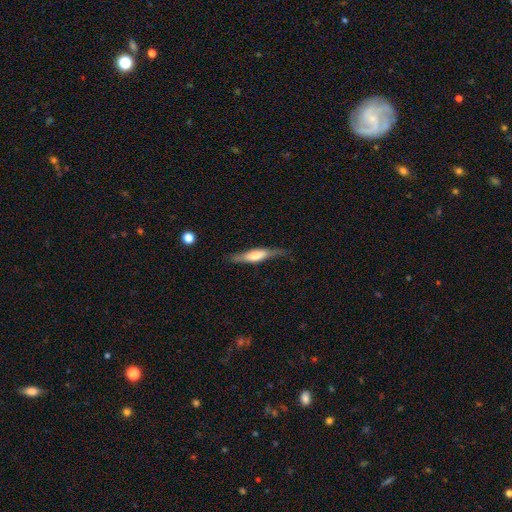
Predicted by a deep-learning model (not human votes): smooth_or_featured: smooth (p=0.50) [alt: featured or disk p=0.44]
merging: none (p=0.70) [alt: minor disturbance p=0.21]